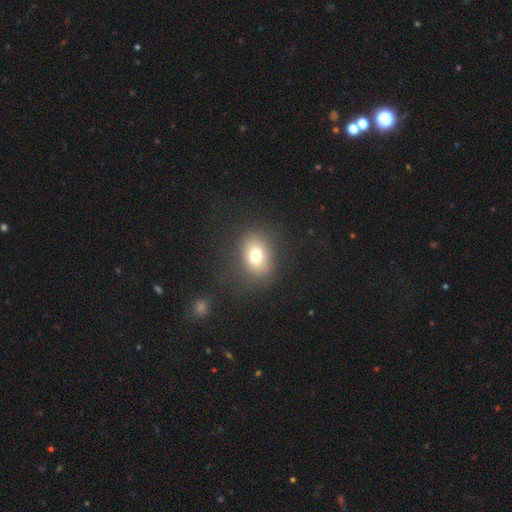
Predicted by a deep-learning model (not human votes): Overall: smooth (75%). How rounded: in between (58%; round 41%). Merging: none (78%).